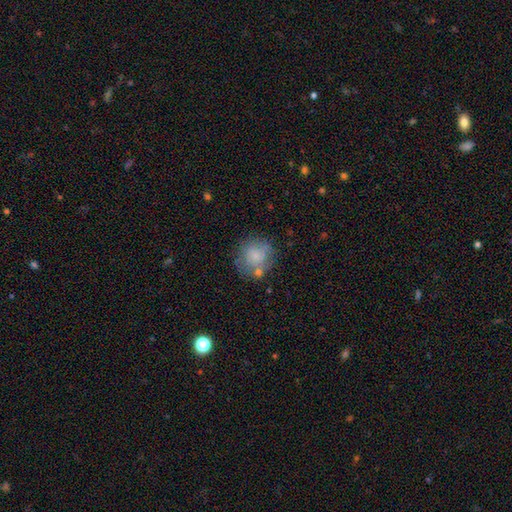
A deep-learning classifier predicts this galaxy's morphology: type=smooth (65%); roundness=round (84%); merging=none (58%).